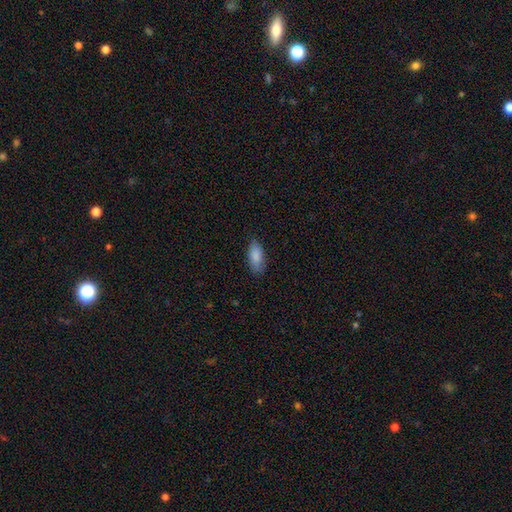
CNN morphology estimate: Smooth or featured?
  - smooth: 87% *
  - featured or disk: 7%
  - star or artifact: 6%
How rounded?
  - in between: 86% *
  - cigar-shaped: 12%
  - round: 2%
Merging?
  - none: 82% *
  - minor disturbance: 14%
  - major disturbance: 3%
  - merger: 1%